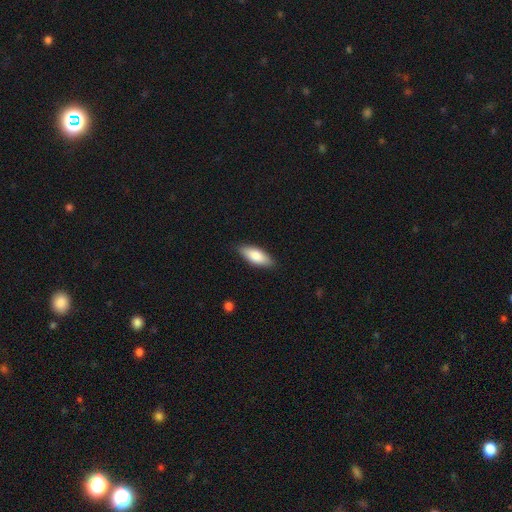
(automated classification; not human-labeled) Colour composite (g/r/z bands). It shows a smooth galaxy with no disk features (79%) that is in between round and cigar-shaped (74%). Merging: none (87%).